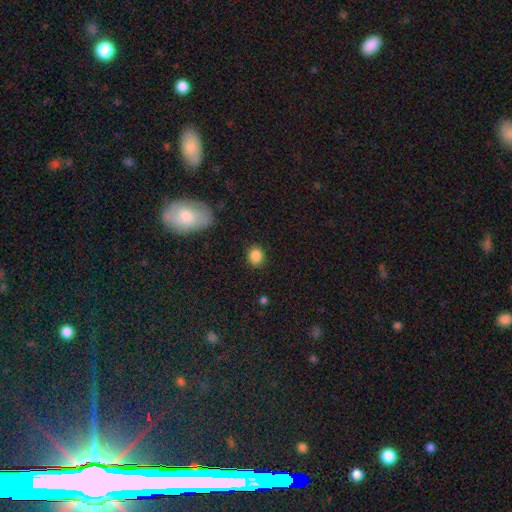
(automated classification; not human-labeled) Overall: smooth (86%). How rounded: round (80%). Merging: none (88%).